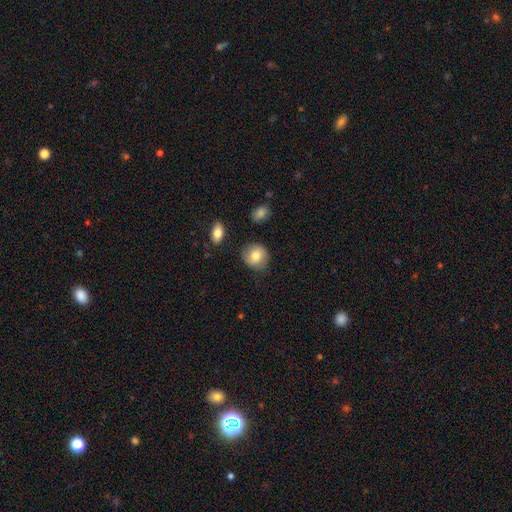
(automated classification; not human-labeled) Overall: smooth (79%). How rounded: round (81%). Merging: none (78%).